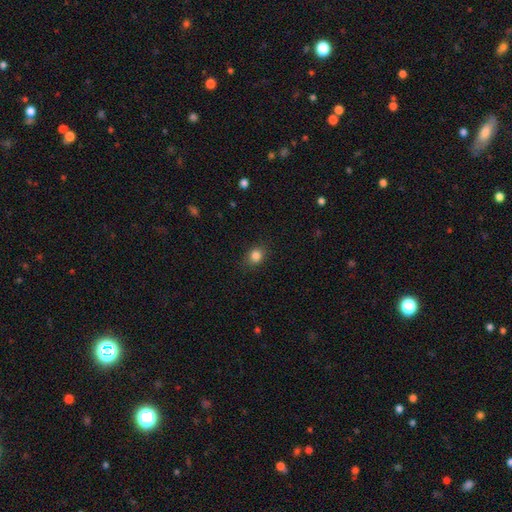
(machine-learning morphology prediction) Smooth or featured? Predicted: smooth (p=0.84). How rounded? Predicted: round (p=0.60). Merging? Predicted: none (p=0.85).